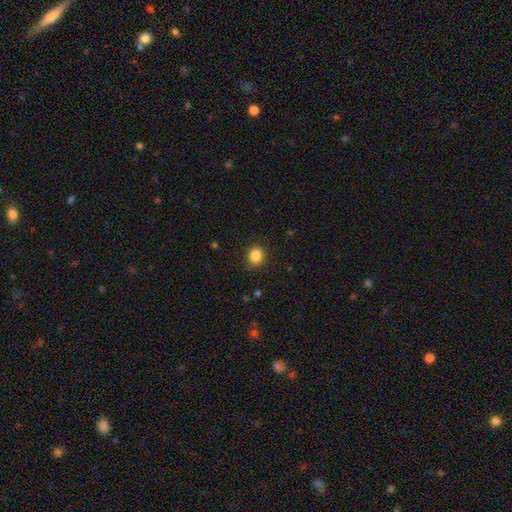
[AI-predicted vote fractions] Q: Smooth or featured?
A: smooth (85%); runner-up: star or artifact (11%)
Q: How rounded?
A: round (77%); runner-up: in between (22%)
Q: Merging?
A: none (88%); runner-up: minor disturbance (8%)